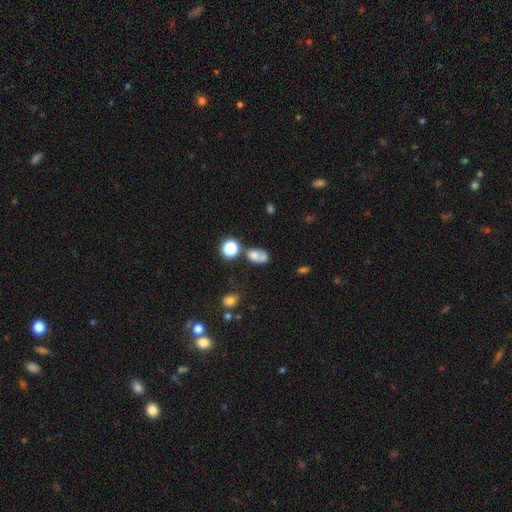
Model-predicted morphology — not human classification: Smooth or featured?
  - smooth: 64% *
  - featured or disk: 21%
  - star or artifact: 15%
How rounded?
  - in between: 64% *
  - round: 34%
  - cigar-shaped: 2%
Merging?
  - merger: 38% *
  - none: 32%
  - minor disturbance: 16%
  - major disturbance: 13%